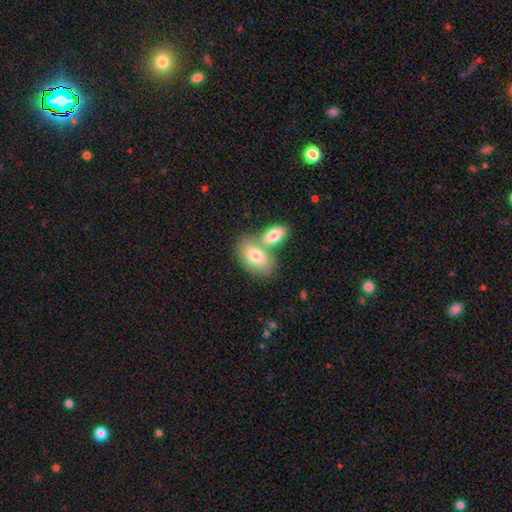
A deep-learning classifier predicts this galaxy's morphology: A smooth galaxy with no disk features (77%) that is in between round and cigar-shaped (92%). Merging: merger (50%).